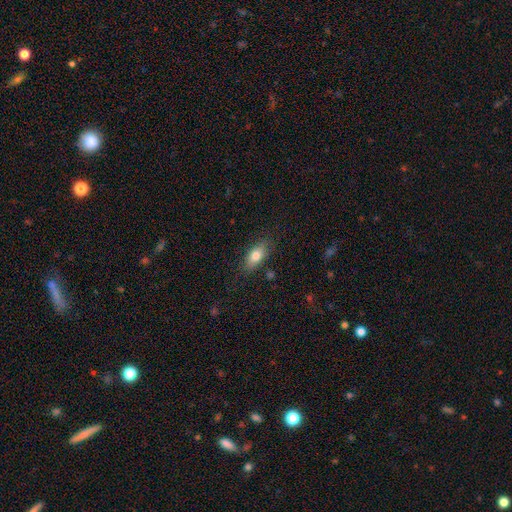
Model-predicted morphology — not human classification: smooth_or_featured: smooth (p=0.78) [alt: featured or disk p=0.14]
how_rounded: in between (p=0.83) [alt: cigar-shaped p=0.12]
merging: none (p=0.82) [alt: minor disturbance p=0.13]